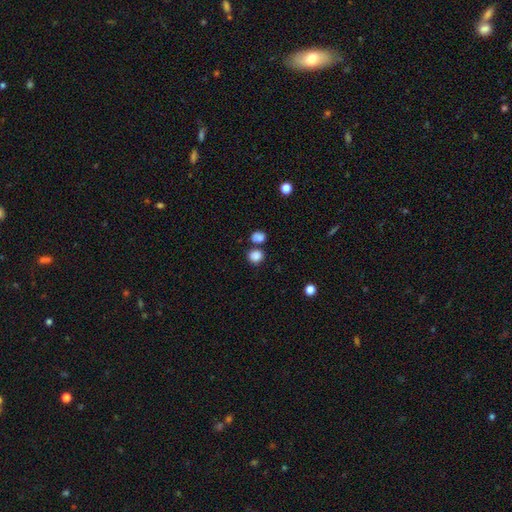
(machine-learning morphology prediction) Smooth or featured? Predicted: smooth (p=0.85). How rounded? Predicted: round (p=0.81). Merging? Predicted: none (p=0.63).